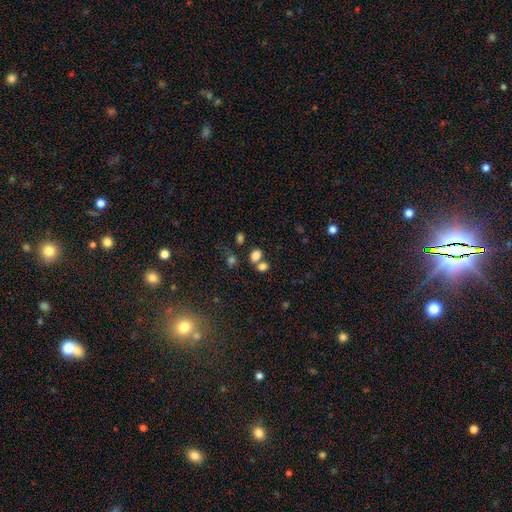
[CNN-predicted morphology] This appears to be a smooth galaxy with no disk features (78%) that is in between round and cigar-shaped (63%). Merging: none (49%).